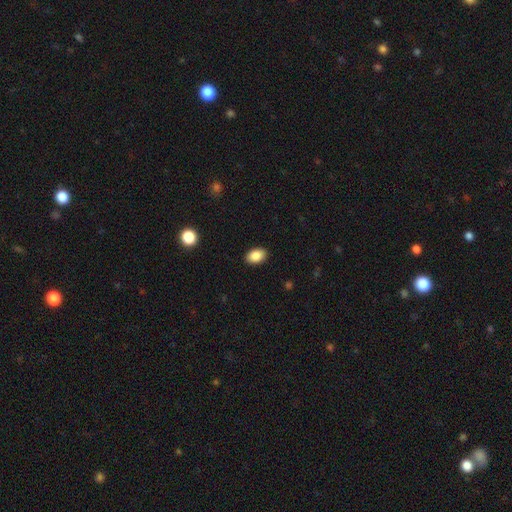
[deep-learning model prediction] This appears to be a smooth galaxy with no disk features (88%) that is in between round and cigar-shaped (86%). Merging: none (89%).